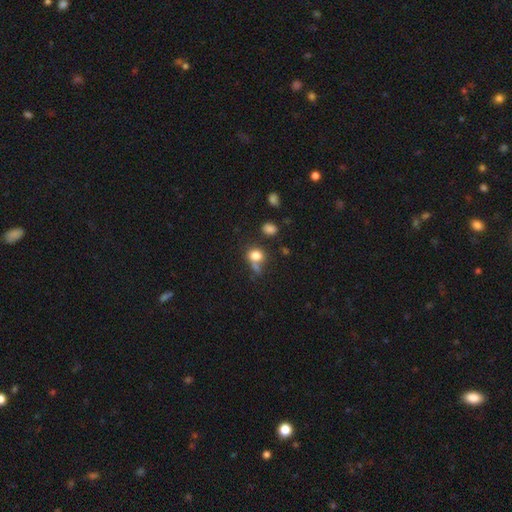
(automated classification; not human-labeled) A smooth galaxy with no disk features (79%) that is round (60%). Merging: none (48%).